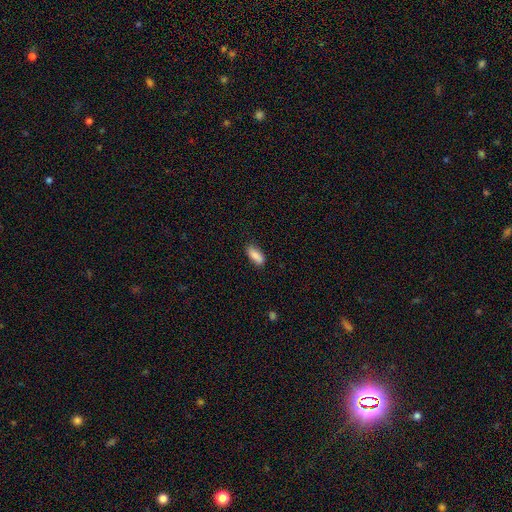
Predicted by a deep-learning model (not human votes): Smooth or featured?
  - smooth: 87% *
  - star or artifact: 7%
  - featured or disk: 6%
How rounded?
  - in between: 76% *
  - cigar-shaped: 22%
  - round: 2%
Merging?
  - none: 82% *
  - minor disturbance: 14%
  - major disturbance: 3%
  - merger: 2%